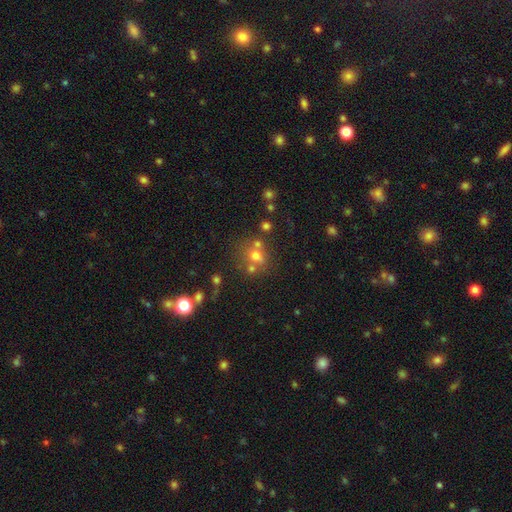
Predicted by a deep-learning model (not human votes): The model was most divided on "merging": none: 52%, merger: 30%, minor disturbance: 12%, major disturbance: 6%. More confident: how rounded — round (68%); smooth or featured — smooth (61%).